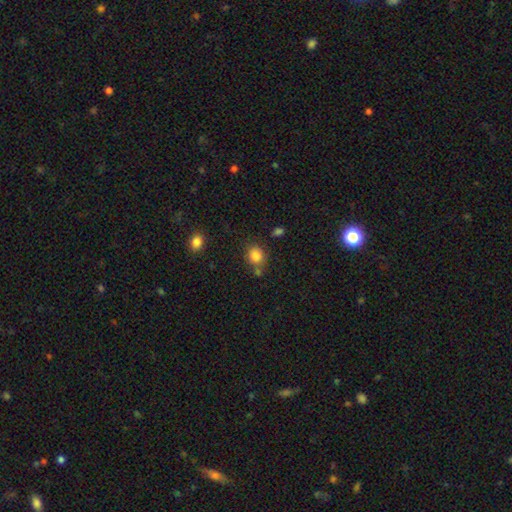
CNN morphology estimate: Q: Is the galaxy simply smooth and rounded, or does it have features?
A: smooth — 84%.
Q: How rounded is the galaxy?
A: round — 64%.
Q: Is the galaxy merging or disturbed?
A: none — 67%.